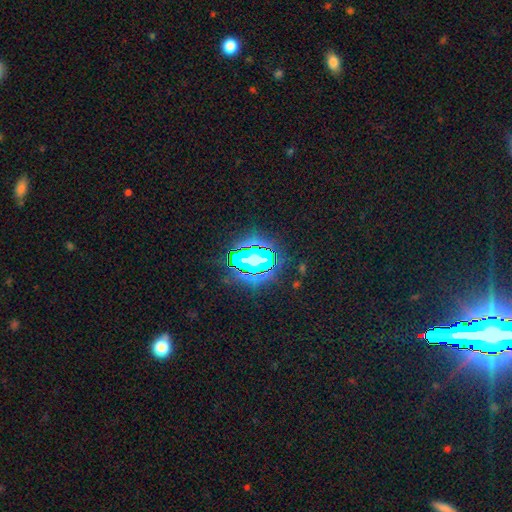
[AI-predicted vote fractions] A star or artifact, not a galaxy (81%).

Vote fractions:
- Smooth or featured? star or artifact: 81% / smooth: 12% / featured or disk: 8%